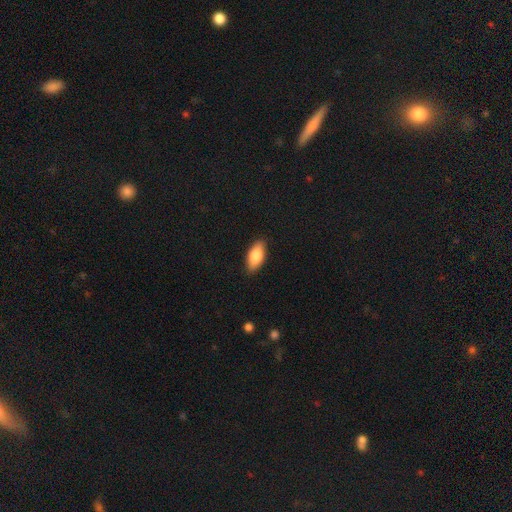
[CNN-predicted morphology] Smooth or featured? Predicted: smooth (p=0.80). How rounded? Predicted: in between (p=0.88). Merging? Predicted: none (p=0.88).